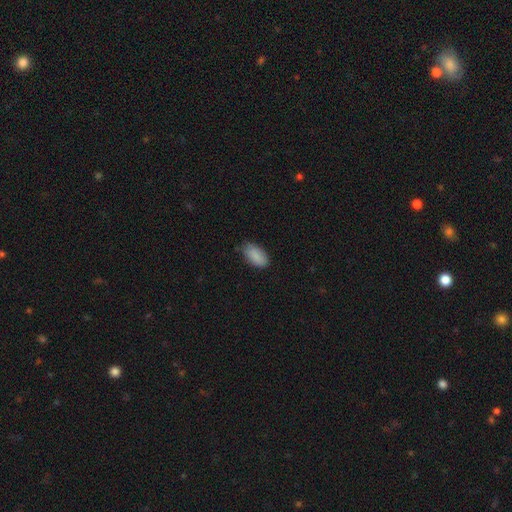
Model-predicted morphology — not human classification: This appears to be a smooth galaxy with no disk features (88%) that is in between round and cigar-shaped (94%). Merging: none (75%).